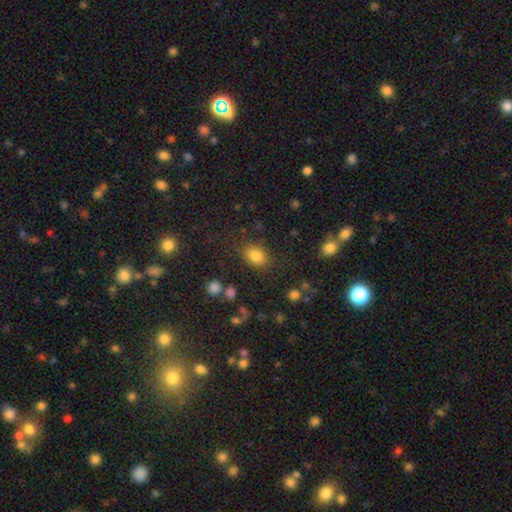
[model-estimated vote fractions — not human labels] Smooth or featured? Predicted: smooth (p=0.81). How rounded? Predicted: in between (p=0.65). Merging? Predicted: none (p=0.78).